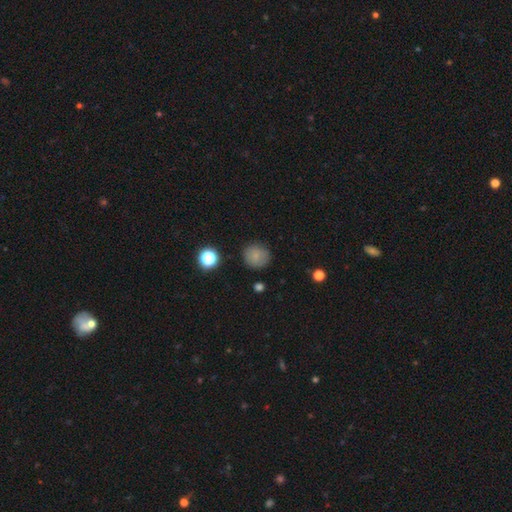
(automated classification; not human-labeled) A smooth galaxy with no disk features (81%) that is round (91%). Merging: none (85%).